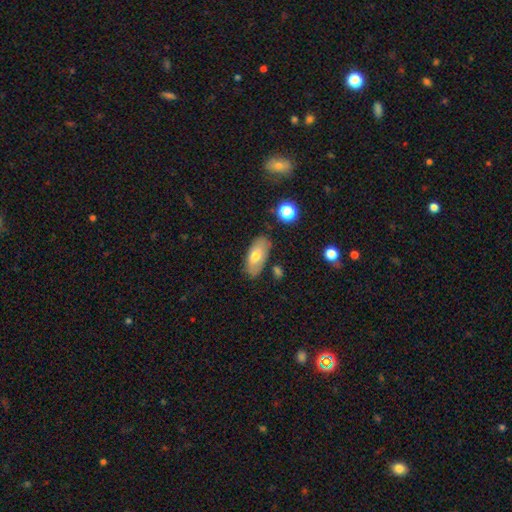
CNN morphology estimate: This appears to be a smooth galaxy with no disk features (69%) that is in between round and cigar-shaped (90%). Merging: none (76%).